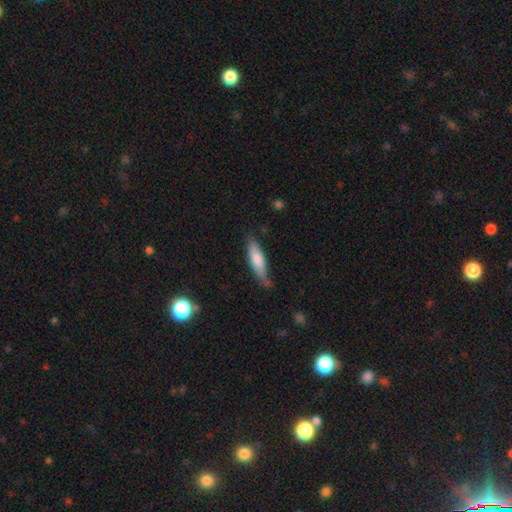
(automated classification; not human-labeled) Smooth or featured? smooth (60%)
How rounded? cigar-shaped (70%)
Merging? none (74%)